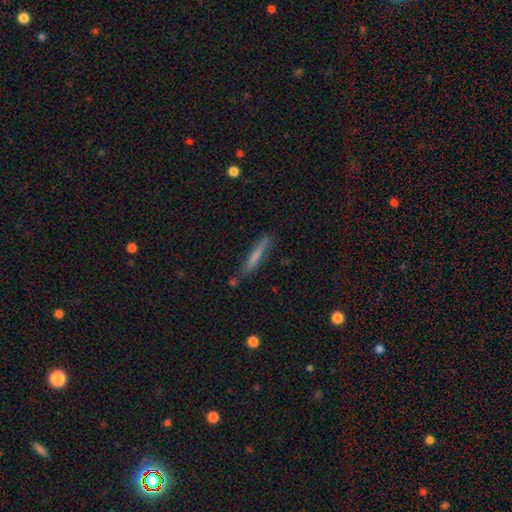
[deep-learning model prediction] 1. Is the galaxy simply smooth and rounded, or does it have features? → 64% smooth, 29% featured or disk, 7% star or artifact.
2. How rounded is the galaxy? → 95% cigar-shaped, 4% in between, 1% round.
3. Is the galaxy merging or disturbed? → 79% none, 14% minor disturbance, 4% merger, 3% major disturbance.